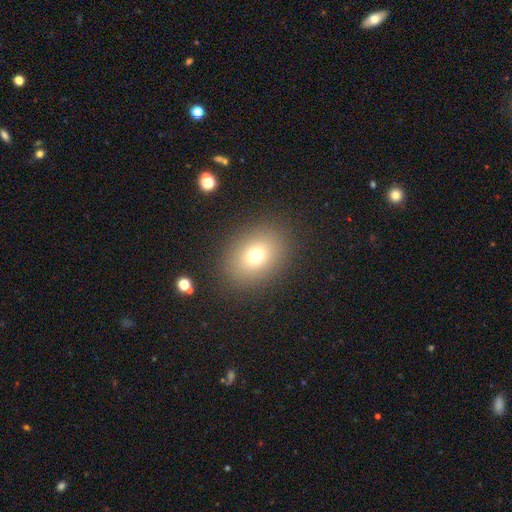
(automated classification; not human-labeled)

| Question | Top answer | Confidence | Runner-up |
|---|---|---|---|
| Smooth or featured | smooth | 72% | star or artifact (15%) |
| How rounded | in between | 58% | round (41%) |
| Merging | none | 87% | minor disturbance (8%) |